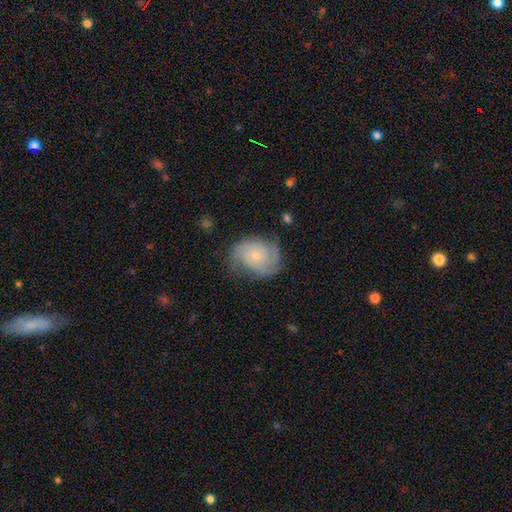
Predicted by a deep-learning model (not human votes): Smooth or featured? featured or disk (68%)
Edge-on disk? no (98%)
Bar? no (77%)
Spiral arms? yes (92%)
Spiral winding? tight (42%)
Spiral arm count? 2 (58%)
Bulge size? small (72%)
Merging? none (65%)